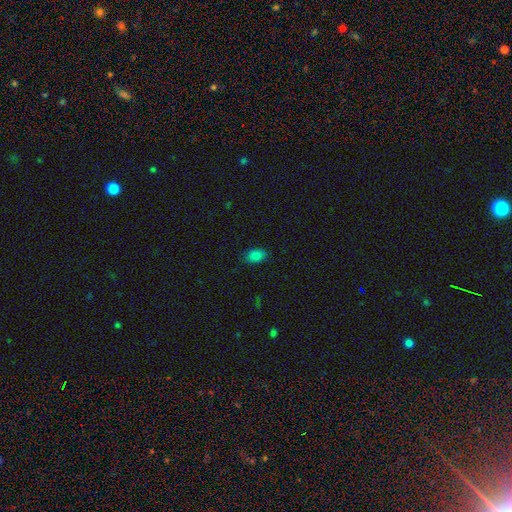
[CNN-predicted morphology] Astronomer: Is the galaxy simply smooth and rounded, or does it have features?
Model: smooth — 83%.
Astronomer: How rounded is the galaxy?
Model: in between — 83%.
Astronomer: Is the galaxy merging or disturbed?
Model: none — 83%.